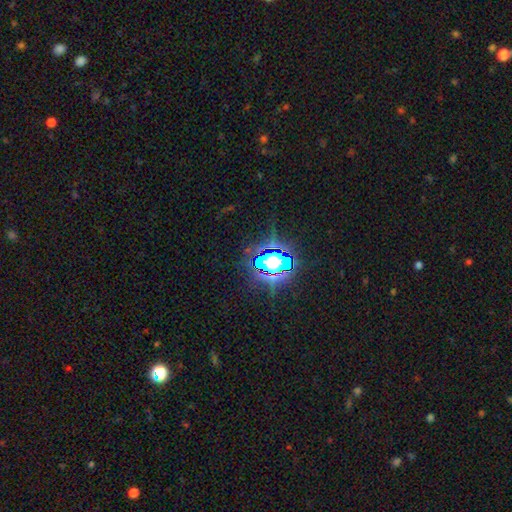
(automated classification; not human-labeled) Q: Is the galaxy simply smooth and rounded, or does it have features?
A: star or artifact — 79%.